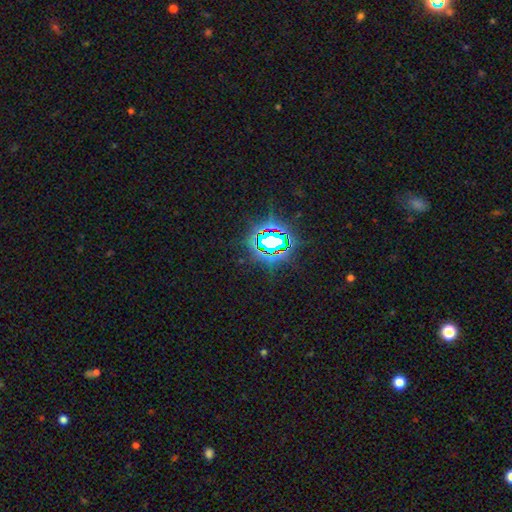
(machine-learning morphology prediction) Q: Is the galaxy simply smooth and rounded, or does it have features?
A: star or artifact — 81%.